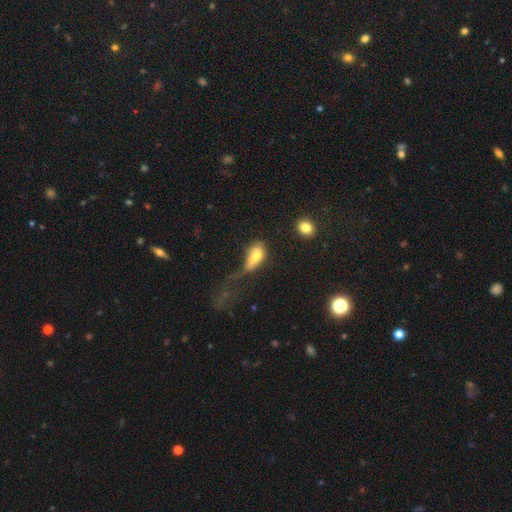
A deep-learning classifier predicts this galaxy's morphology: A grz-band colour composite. It shows a smooth galaxy with no disk features (72%) that is in between round and cigar-shaped (81%). Merging: major disturbance (51%).